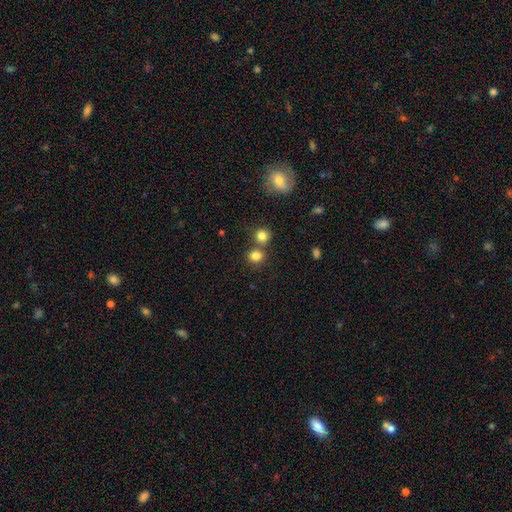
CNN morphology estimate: type=smooth (81%); roundness=round (82%); merging=none (64%).